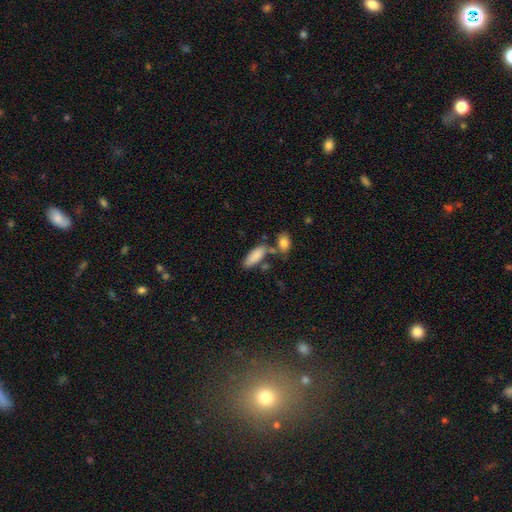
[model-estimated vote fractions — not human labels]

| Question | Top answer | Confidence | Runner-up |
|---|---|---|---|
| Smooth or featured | smooth | 84% | featured or disk (9%) |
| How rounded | in between | 70% | cigar-shaped (28%) |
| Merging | none | 59% | merger (18%) |